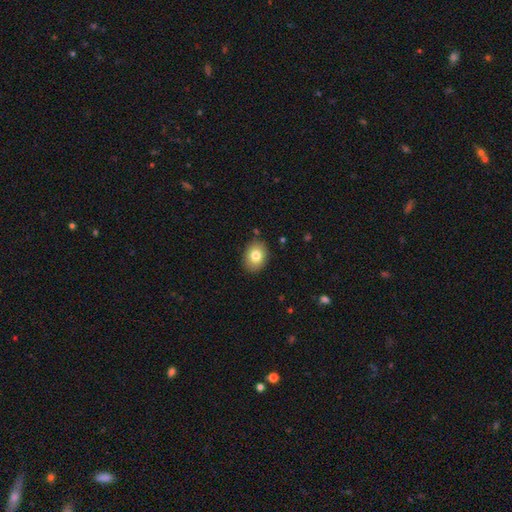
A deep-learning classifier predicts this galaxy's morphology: type=smooth (81%); roundness=in between (68%); merging=none (87%).